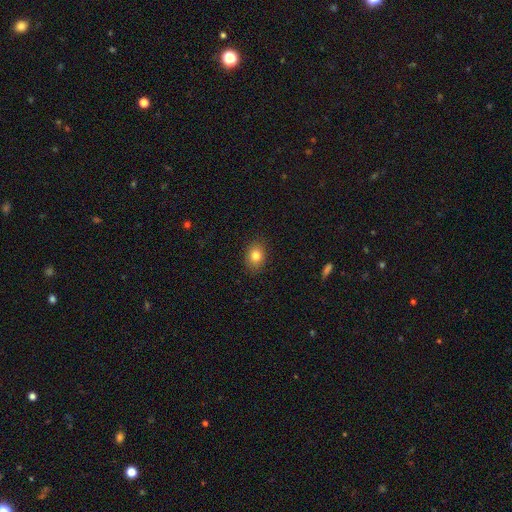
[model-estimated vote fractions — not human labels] This appears to be a smooth galaxy with no disk features (81%) that is in between round and cigar-shaped (56%). Merging: none (87%).